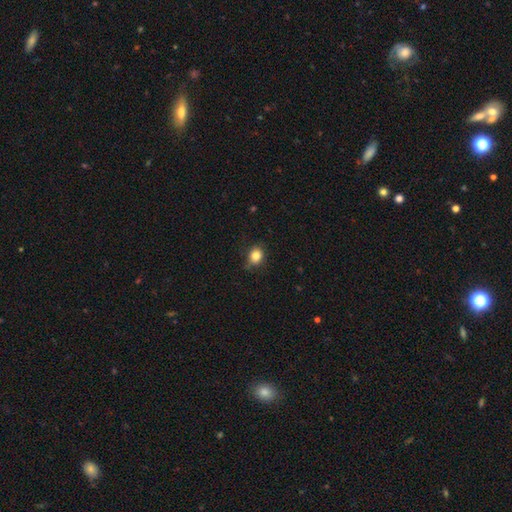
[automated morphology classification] smooth 82%, star or artifact 11%, featured or disk 7%. Down the decision tree: how rounded — round (62%); merging — none (70%).